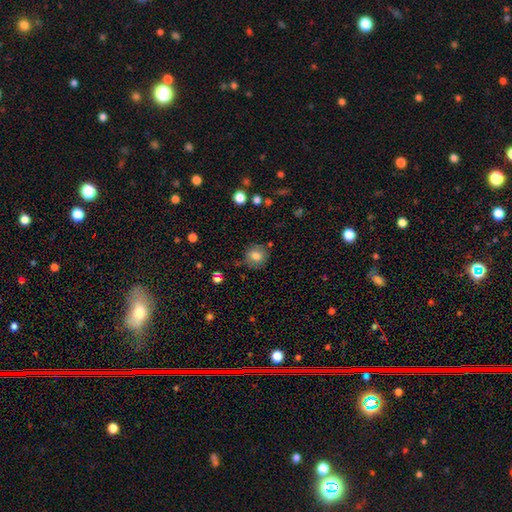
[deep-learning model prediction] Q: Smooth or featured?
A: smooth (80%); runner-up: star or artifact (10%)
Q: How rounded?
A: round (87%); runner-up: in between (12%)
Q: Merging?
A: none (81%); runner-up: minor disturbance (13%)